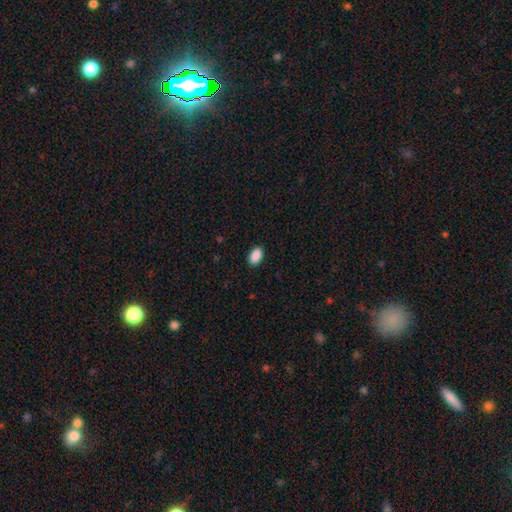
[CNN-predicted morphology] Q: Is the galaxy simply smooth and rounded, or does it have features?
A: smooth — 90%.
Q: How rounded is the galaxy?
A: in between — 94%.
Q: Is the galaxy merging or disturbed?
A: none — 90%.